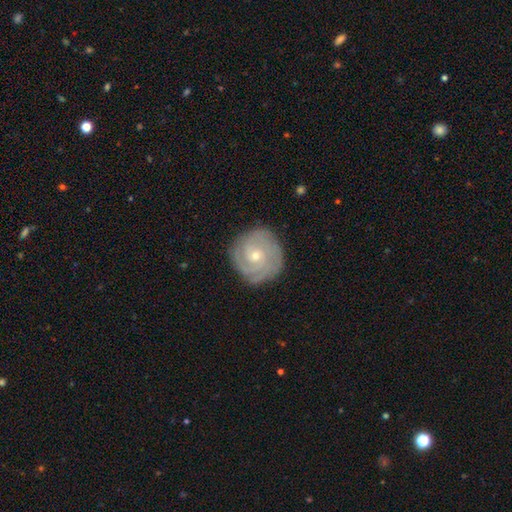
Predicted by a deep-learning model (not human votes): Morphology: type=featured or disk (82%); edge-on=no (98%); bar=no (74%); spiral arms=yes (96%); winding=tight (78%); arm count=3 (33%); bulge=small (60%); merging=none (84%).